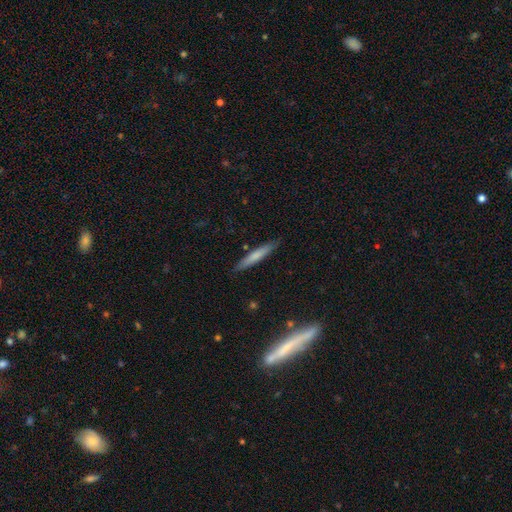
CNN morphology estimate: Smooth or featured? Predicted: smooth (p=0.68). How rounded? Predicted: cigar-shaped (p=0.94). Merging? Predicted: none (p=0.88).